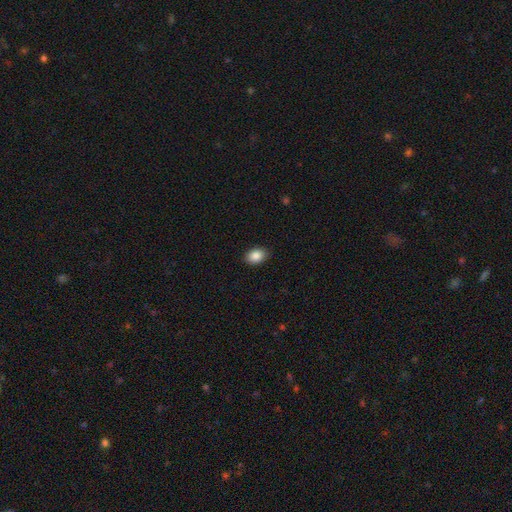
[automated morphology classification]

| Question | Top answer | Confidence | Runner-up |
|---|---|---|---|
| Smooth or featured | smooth | 88% | star or artifact (8%) |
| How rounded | in between | 81% | round (18%) |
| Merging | none | 89% | minor disturbance (8%) |